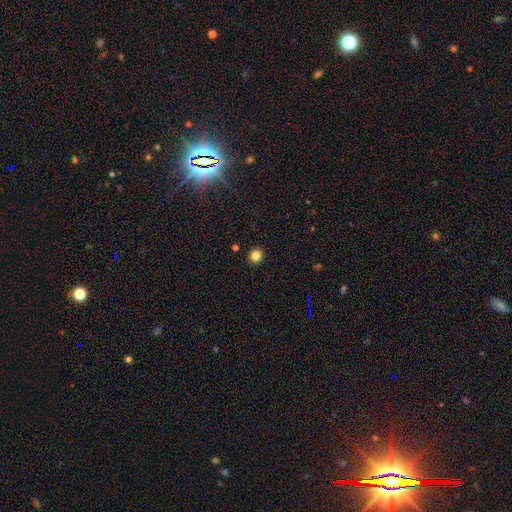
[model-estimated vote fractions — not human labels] Smooth or featured? Predicted: smooth (p=0.83). How rounded? Predicted: round (p=0.90). Merging? Predicted: none (p=0.93).